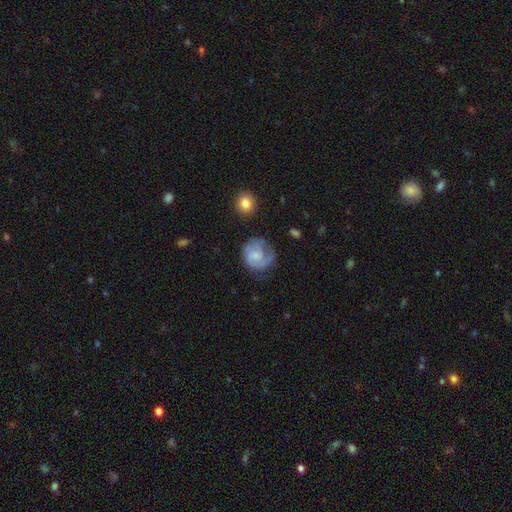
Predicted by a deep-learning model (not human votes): Smooth or featured: featured or disk — 53% (smooth — 39%)
Edge-on disk: no — 98% (yes — 2%)
Bar: no — 65% (weak — 31%)
Spiral arms: yes — 85% (no — 15%)
Bulge size: small — 44% (moderate — 26%)
Merging: none — 57% (minor disturbance — 23%)